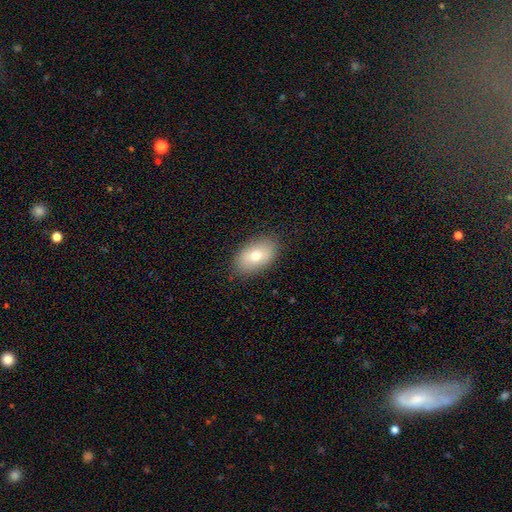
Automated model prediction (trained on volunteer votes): Overall: smooth (75%). How rounded: in between (91%). Merging: none (87%).